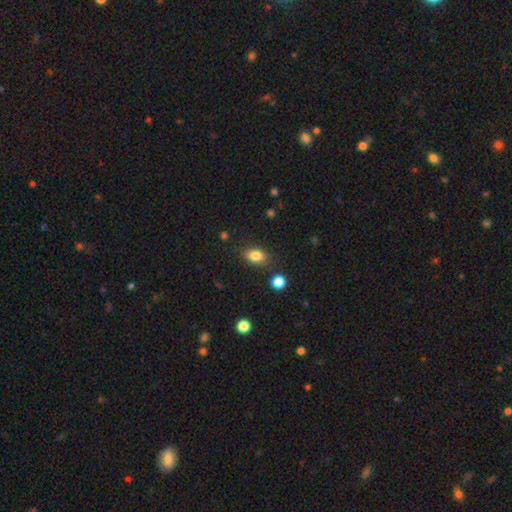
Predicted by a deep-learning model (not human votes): This appears to be a smooth galaxy with no disk features (84%) that is in between round and cigar-shaped (84%). Merging: none (82%).